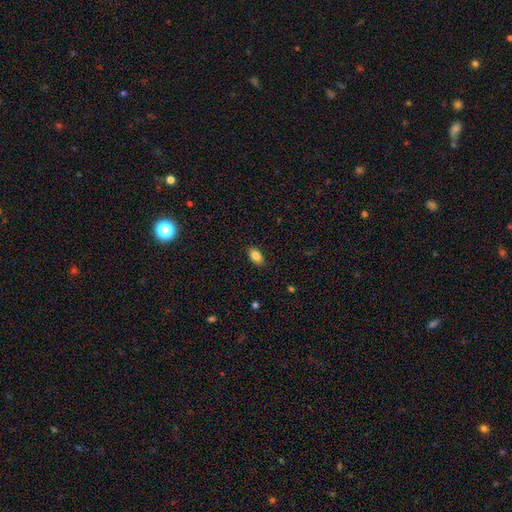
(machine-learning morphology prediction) smooth-or-featured: smooth: 85% | star or artifact: 8% | featured or disk: 7%
  how-rounded: in between: 91% | round: 6% | cigar-shaped: 3%
  merging: none: 88% | minor disturbance: 9% | major disturbance: 2% | merger: 1%